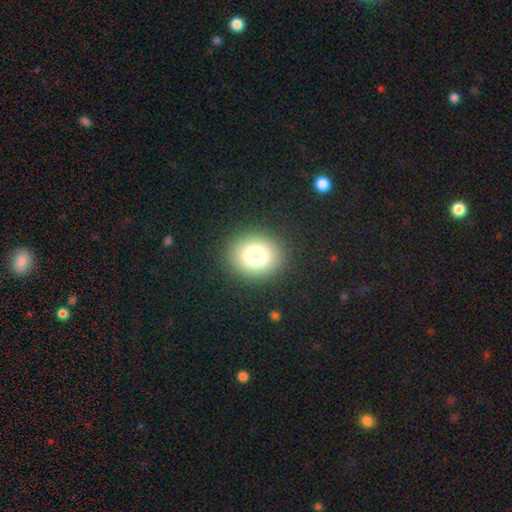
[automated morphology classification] Overall: smooth (77%). How rounded: round (70%). Merging: none (89%).